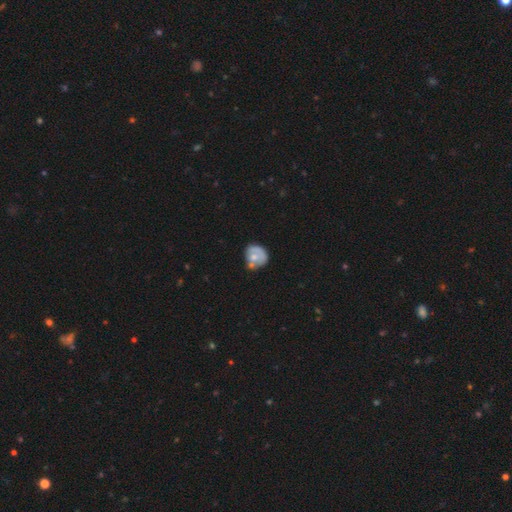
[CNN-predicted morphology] type=smooth (56%); roundness=round (66%); merging=none (44%).